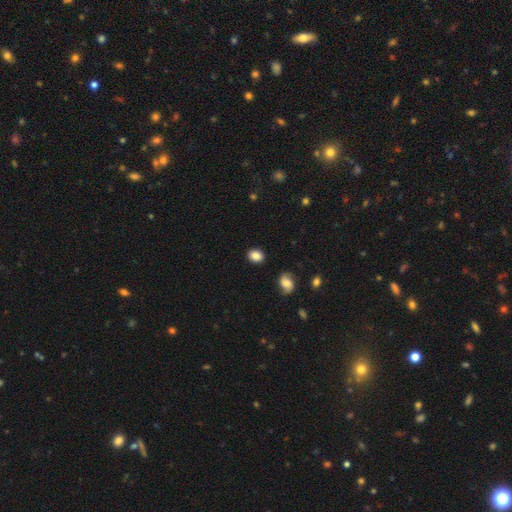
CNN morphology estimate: Smooth or featured: smooth — 85% (star or artifact — 8%)
How rounded: in between — 58% (round — 41%)
Merging: none — 87% (minor disturbance — 9%)